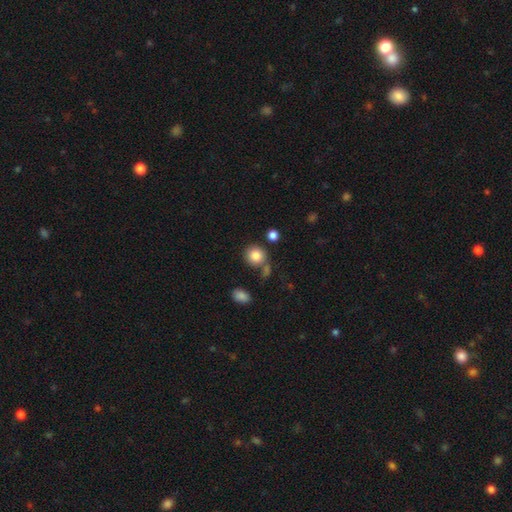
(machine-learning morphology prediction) smooth 84%, star or artifact 10%, featured or disk 6%. Down the decision tree: how rounded — round (85%); merging — none (69%).